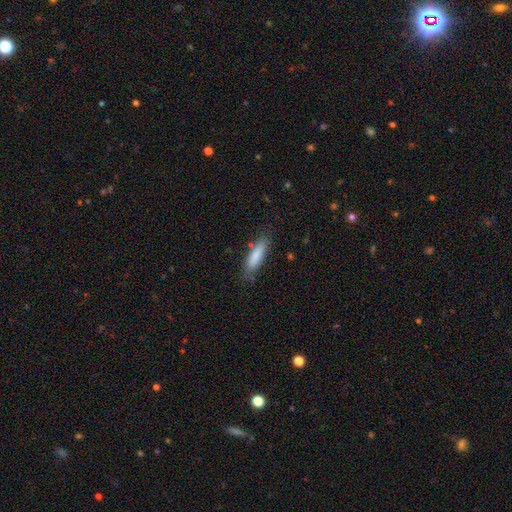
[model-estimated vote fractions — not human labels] A smooth galaxy with no disk features (83%) that is cigar-shaped (62%). Merging: none (77%).